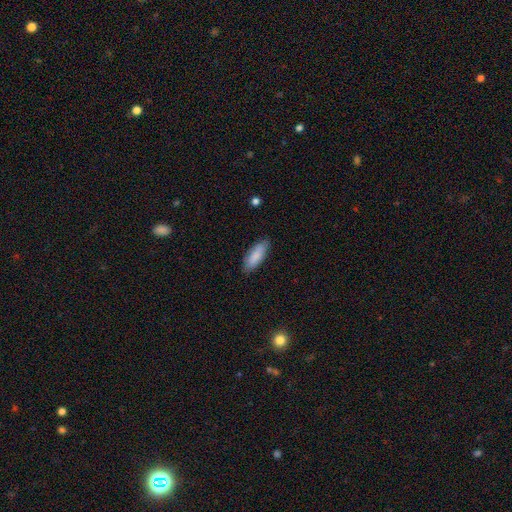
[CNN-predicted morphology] Smooth or featured?
  - smooth: 86% *
  - featured or disk: 9%
  - star or artifact: 6%
How rounded?
  - in between: 64% *
  - cigar-shaped: 34%
  - round: 1%
Merging?
  - none: 85% *
  - minor disturbance: 12%
  - major disturbance: 2%
  - merger: 1%